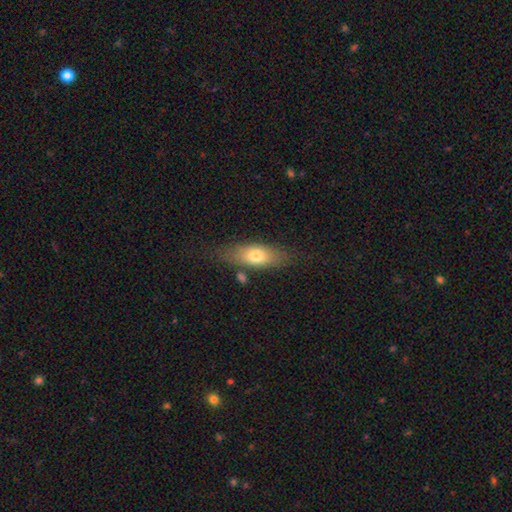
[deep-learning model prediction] This appears to be a smooth galaxy with no disk features (71%) that is in between round and cigar-shaped (74%). Merging: none (71%).